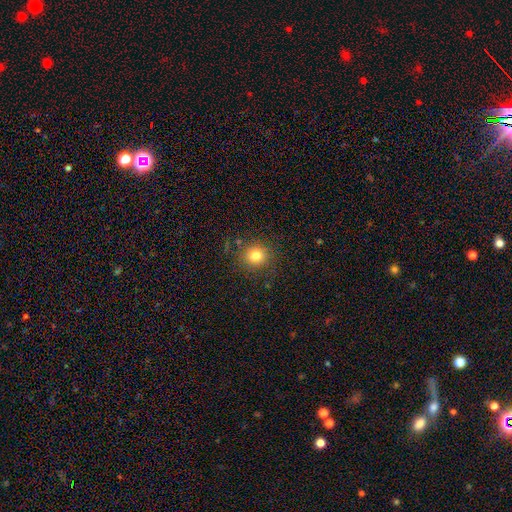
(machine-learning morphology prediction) Overall: smooth (80%). How rounded: round (89%). Merging: none (86%).